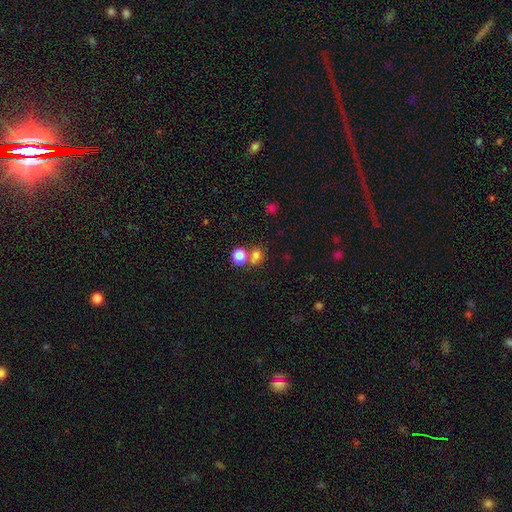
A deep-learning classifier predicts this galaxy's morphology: Smooth or featured? smooth (73%)
How rounded? round (63%)
Merging? none (51%)